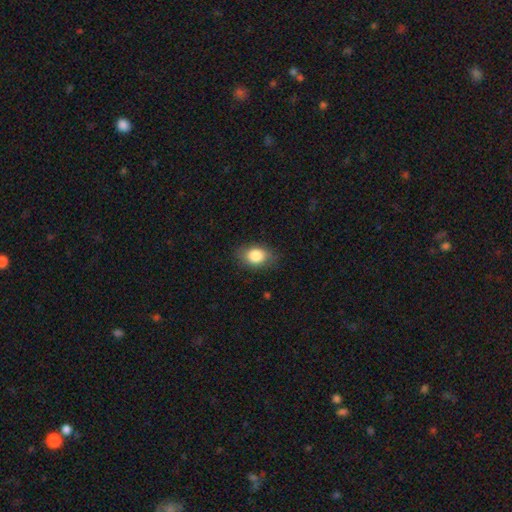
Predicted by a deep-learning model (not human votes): The model was most divided on "how rounded": in between: 76%, round: 22%, cigar-shaped: 1%. More confident: smooth or featured — smooth (83%); merging — none (81%).